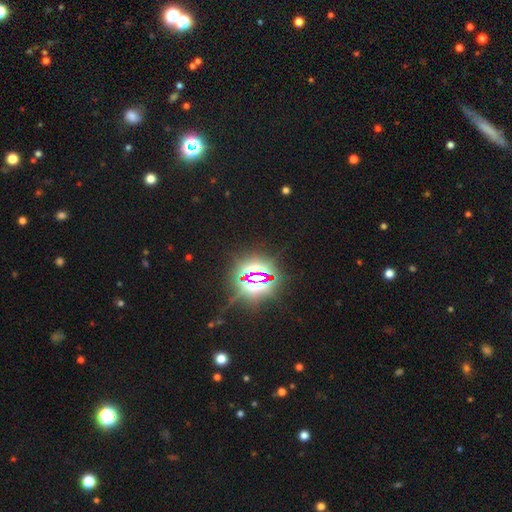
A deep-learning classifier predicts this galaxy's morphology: smooth_or_featured: star or artifact (p=0.83) [alt: smooth p=0.11]